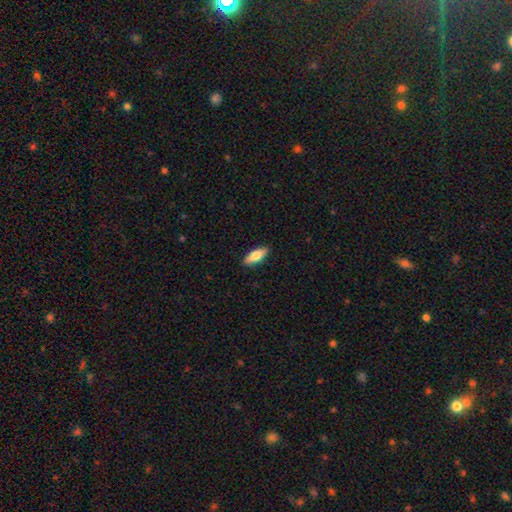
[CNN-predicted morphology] Q: Smooth or featured?
A: smooth (73%); runner-up: featured or disk (22%)
Q: How rounded?
A: in between (68%); runner-up: cigar-shaped (29%)
Q: Merging?
A: none (89%); runner-up: minor disturbance (8%)